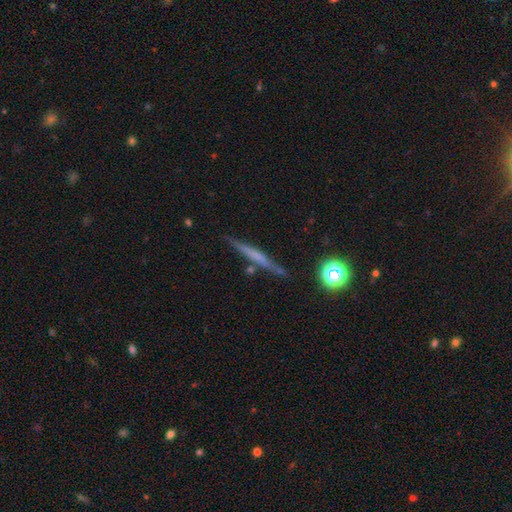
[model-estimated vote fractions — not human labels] The model was most divided on "smooth or featured": featured or disk: 49%, smooth: 42%, star or artifact: 9%. More confident: merging — none (83%).